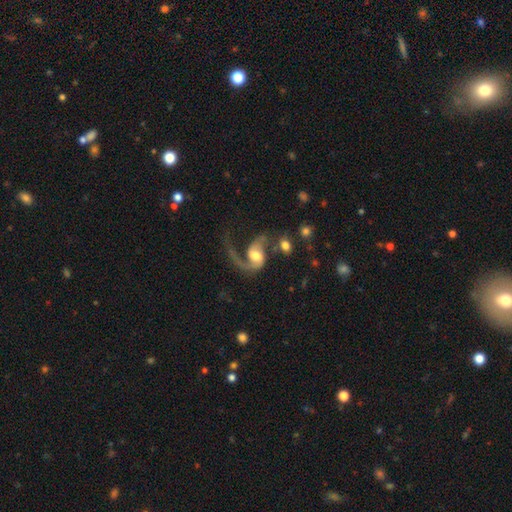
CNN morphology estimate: Overall: featured or disk (84%). Edge-on disk: no (97%). Bar: no (48%; weak 39%). Spiral arms: yes (95%). Spiral arm count: 1 (50%; 2 44%). Spiral winding: loose (62%; medium 31%). Bulge size: moderate (59%; large 22%). Merging: major disturbance (42%; none 33%).